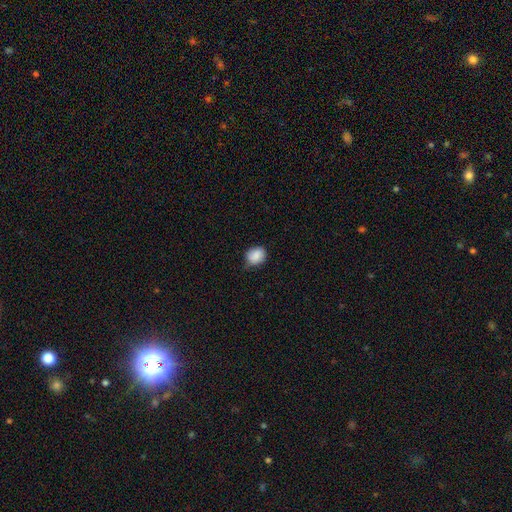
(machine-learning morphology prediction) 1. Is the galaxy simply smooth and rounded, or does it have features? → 86% smooth, 8% star or artifact, 6% featured or disk.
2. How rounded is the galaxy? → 62% round, 37% in between, 1% cigar-shaped.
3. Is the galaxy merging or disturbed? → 63% none, 30% minor disturbance, 5% major disturbance, 1% merger.